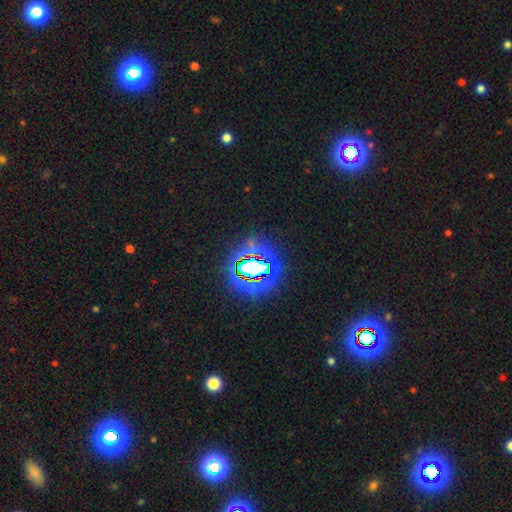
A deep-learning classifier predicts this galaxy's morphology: type=star or artifact (81%).